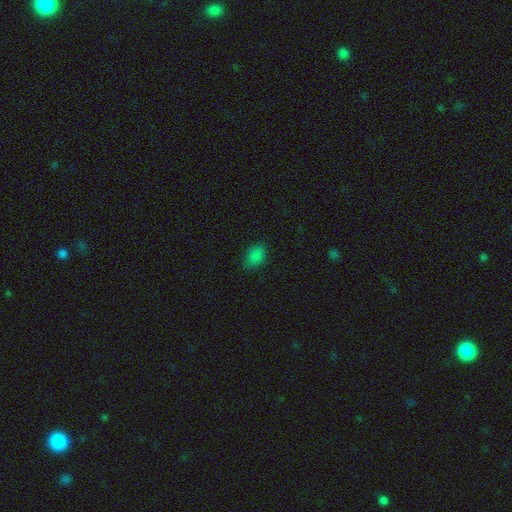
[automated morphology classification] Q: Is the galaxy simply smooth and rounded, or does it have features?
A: smooth — 82%.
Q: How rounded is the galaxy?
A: in between — 84%.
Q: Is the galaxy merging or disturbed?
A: none — 77%.